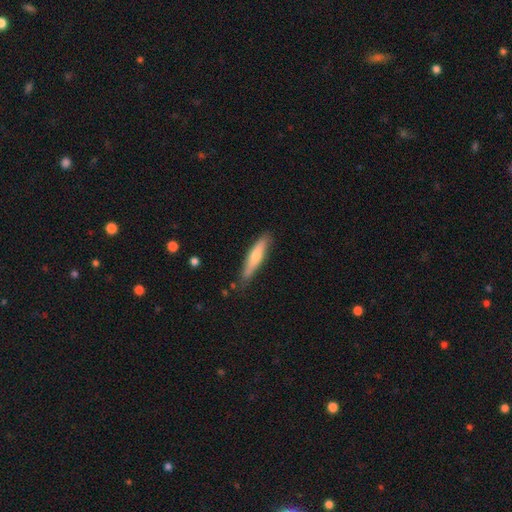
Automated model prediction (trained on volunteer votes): smooth-or-featured: smooth: 57% | featured or disk: 37% | star or artifact: 6%
  how-rounded: cigar-shaped: 87% | in between: 12% | round: 1%
  merging: none: 83% | minor disturbance: 14% | major disturbance: 2% | merger: 2%